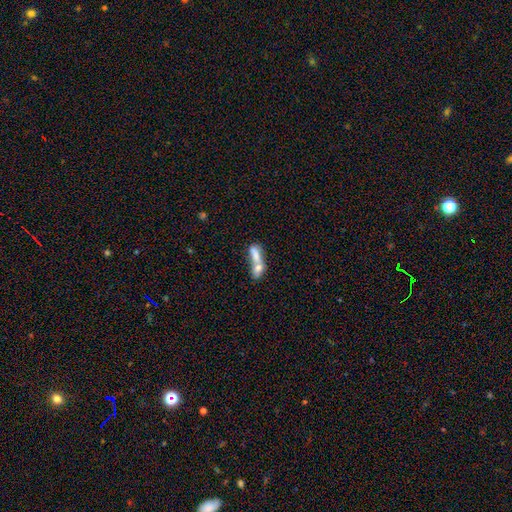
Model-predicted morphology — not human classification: Smooth or featured? smooth (62%)
How rounded? in between (58%)
Merging? merger (66%)